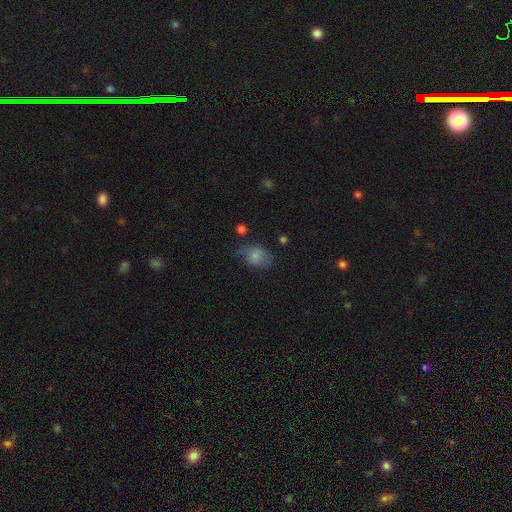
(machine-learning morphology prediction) smooth_or_featured: smooth (p=0.75) [alt: featured or disk p=0.14]
how_rounded: in between (p=0.68) [alt: round p=0.31]
merging: none (p=0.52) [alt: minor disturbance p=0.29]